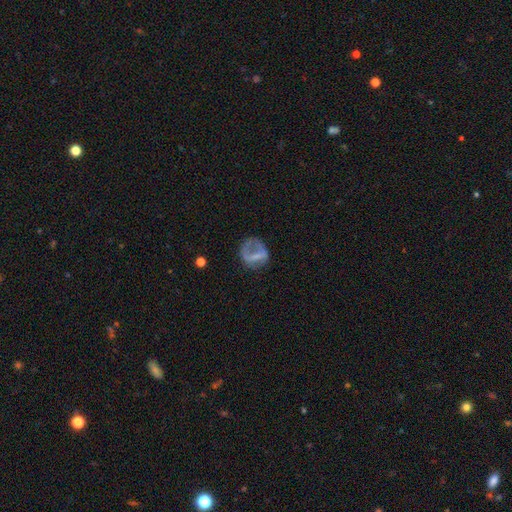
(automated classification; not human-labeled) The model was most divided on "smooth or featured": featured or disk: 45%, smooth: 43%, star or artifact: 11%. Remaining: merging — none (42%).